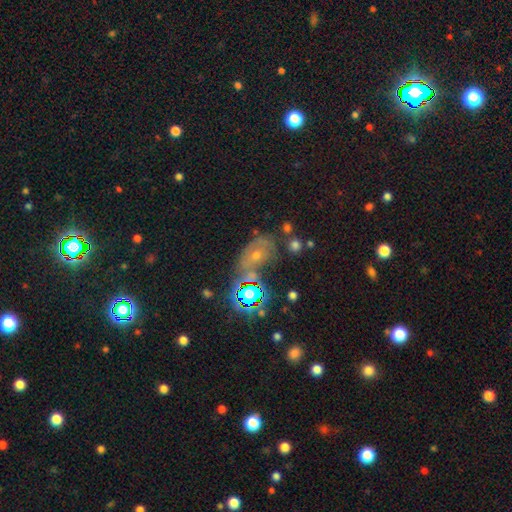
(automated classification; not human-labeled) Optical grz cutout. It shows a smooth galaxy with no disk features (37%). Merging: none (50%).